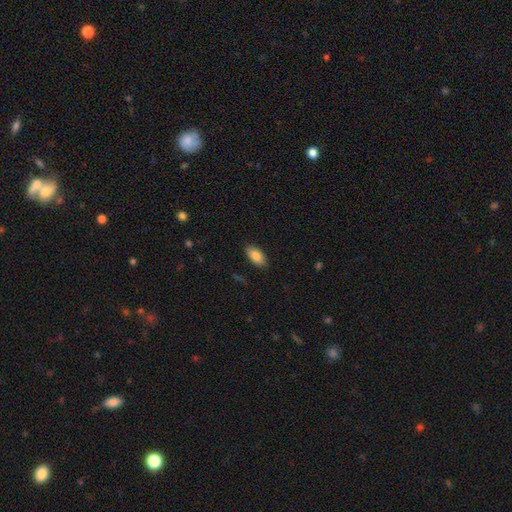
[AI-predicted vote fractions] A smooth galaxy with no disk features (86%) that is in between round and cigar-shaped (90%). Merging: none (87%).